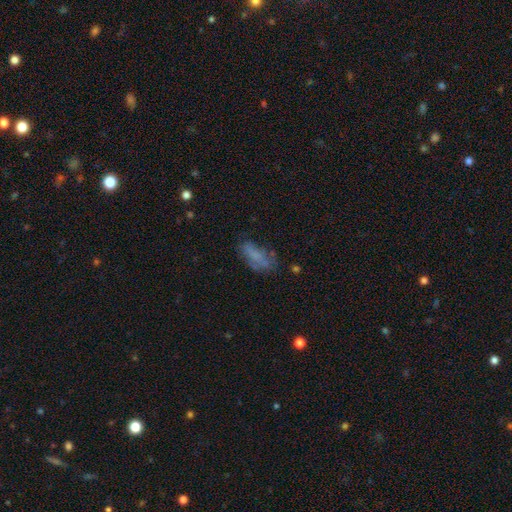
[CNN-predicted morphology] A smooth galaxy with no disk features (61%) that is in between round and cigar-shaped (78%). Merging: none (49%).